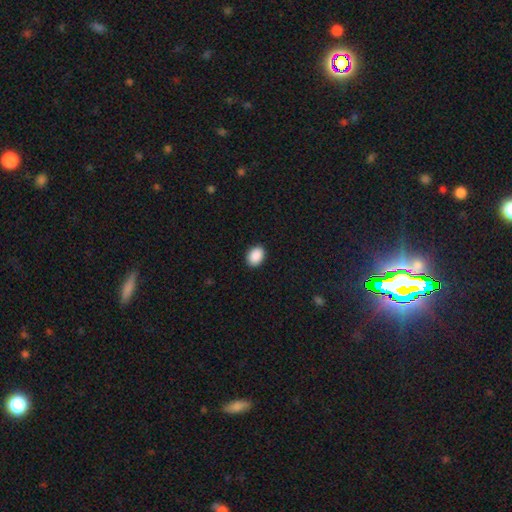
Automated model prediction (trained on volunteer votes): smooth 91%, star or artifact 7%, featured or disk 2%. Down the decision tree: how rounded — in between (74%); merging — none (91%).